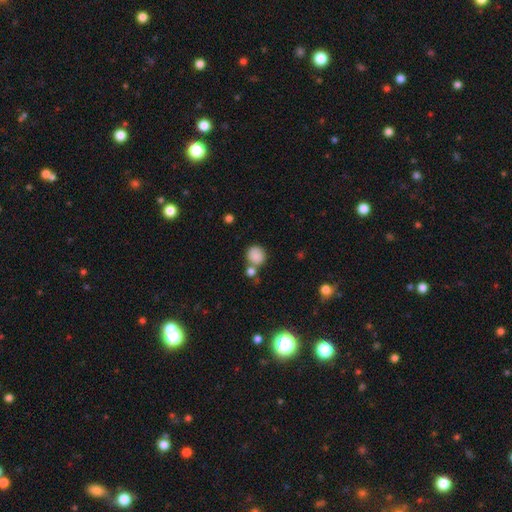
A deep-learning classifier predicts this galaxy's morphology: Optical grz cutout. It shows a smooth galaxy with no disk features (84%) that is round (84%). Merging: none (60%).